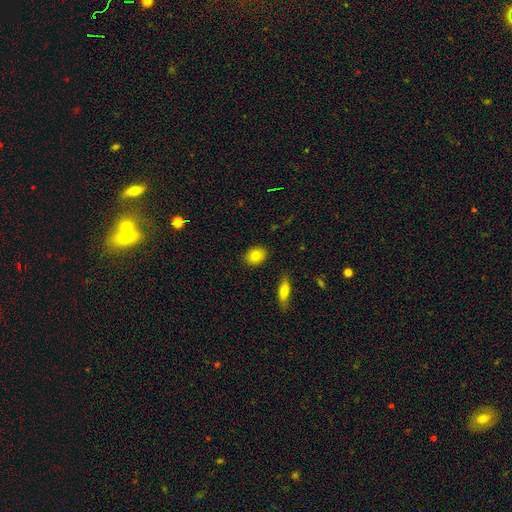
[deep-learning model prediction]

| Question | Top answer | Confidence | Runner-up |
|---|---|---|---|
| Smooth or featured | smooth | 80% | featured or disk (11%) |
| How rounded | in between | 53% | round (45%) |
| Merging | none | 89% | minor disturbance (8%) |